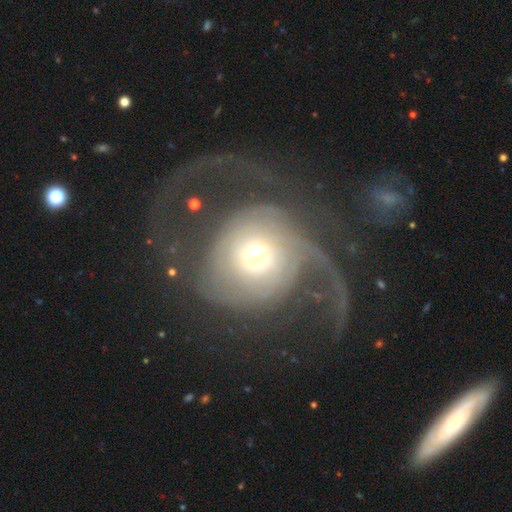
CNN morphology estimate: Smooth or featured?
  - featured or disk: 75% *
  - smooth: 18%
  - star or artifact: 7%
Edge-on disk?
  - no: 97% *
  - yes: 3%
Bar?
  - no: 77% *
  - weak: 17%
  - strong: 6%
Spiral arms?
  - yes: 85% *
  - no: 15%
Spiral winding?
  - loose: 52% *
  - medium: 32%
  - tight: 15%
Spiral arm count?
  - 2: 55% *
  - 1: 19%
  - can't tell: 13%
  - 3: 7%
  - 4: 3%
  - more than 4: 3%
Bulge size?
  - moderate: 50% *
  - small: 30%
  - large: 15%
  - dominant: 5%
  - none: 1%
Merging?
  - major disturbance: 53% *
  - none: 32%
  - minor disturbance: 11%
  - merger: 4%